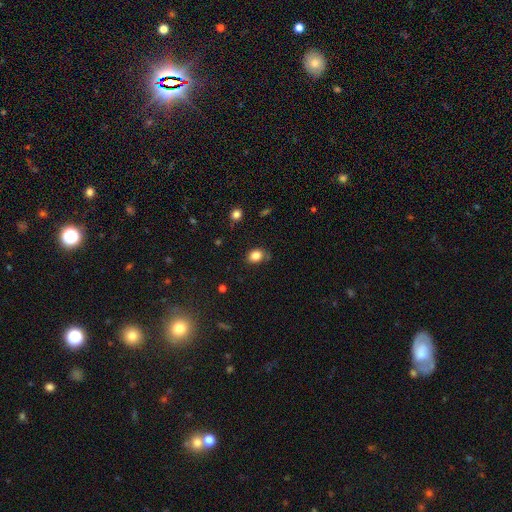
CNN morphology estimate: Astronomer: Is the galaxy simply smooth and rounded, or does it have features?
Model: smooth — 84%.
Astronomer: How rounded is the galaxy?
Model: in between — 58% (runner-up: round, 41%).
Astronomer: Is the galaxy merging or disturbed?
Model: none — 77%.